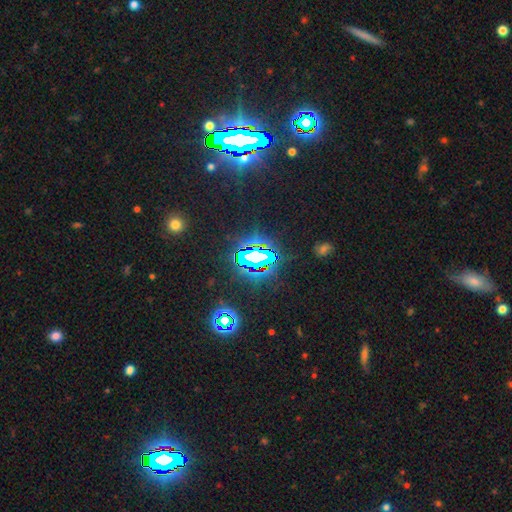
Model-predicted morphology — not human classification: This appears to be a star or artifact, not a galaxy (73%).